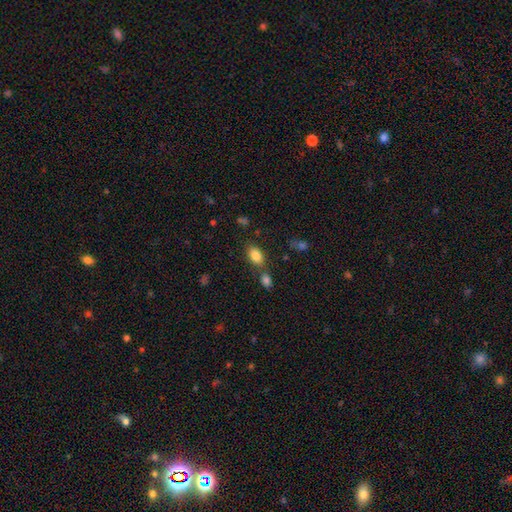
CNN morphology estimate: Overall: smooth (85%). How rounded: in between (89%). Merging: none (69%).